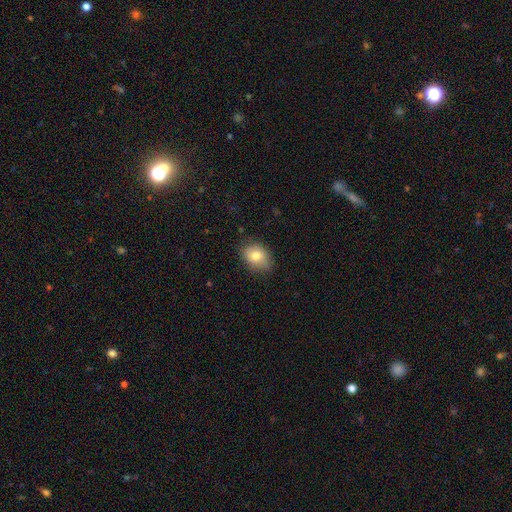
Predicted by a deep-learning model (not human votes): Morphology: type=smooth (79%); roundness=in between (68%); merging=none (77%).